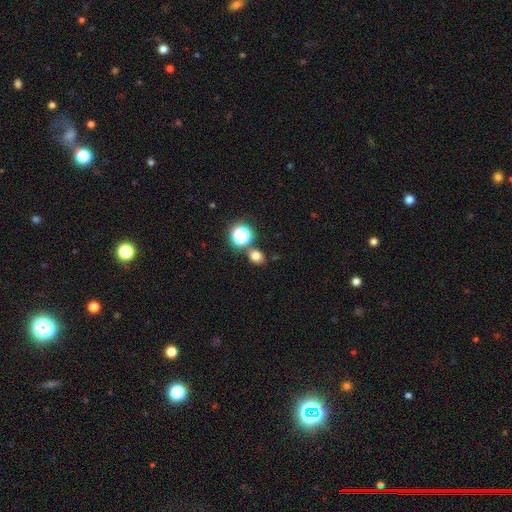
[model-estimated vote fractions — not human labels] Morphology: type=smooth (72%); roundness=round (57%); merging=none (75%).